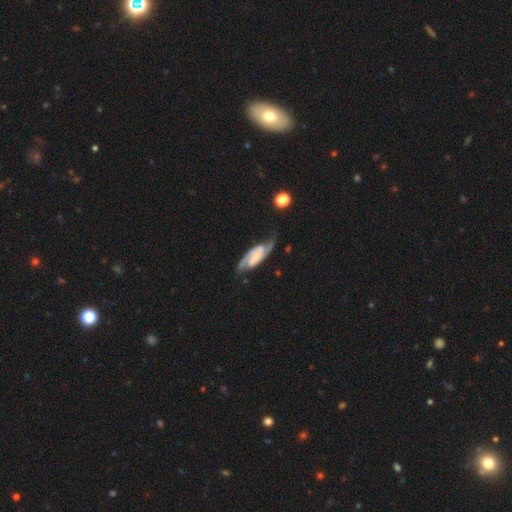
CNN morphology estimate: This is clearly a featured or disk galaxy (83%). It is clearly not viewed edge-on (92%). Bar: marginally weak (37%). Spiral arm pattern: clearly yes (96%). Spiral arm count: clearly 2 (89%). Spiral winding: possibly medium (50%). Central bulge: marginally small (41%). Merging: likely none (69%).